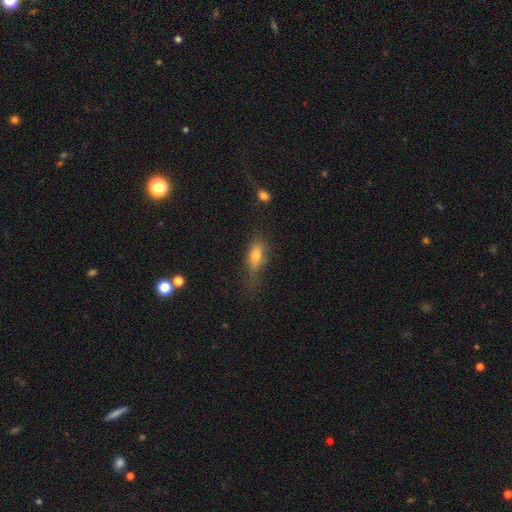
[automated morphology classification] type=smooth (70%); roundness=in between (72%); merging=none (54%).